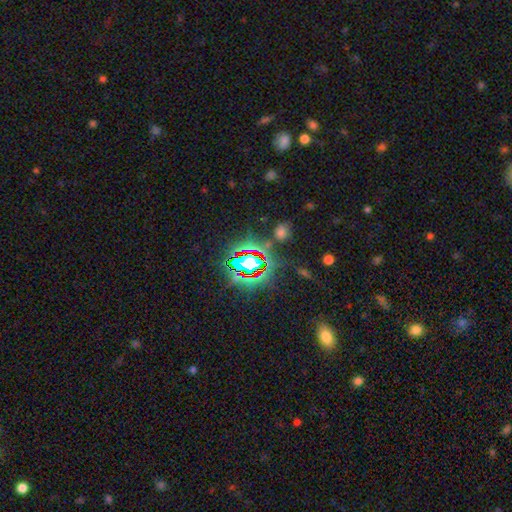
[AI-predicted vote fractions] smooth-or-featured: star or artifact: 74% | smooth: 17% | featured or disk: 9%